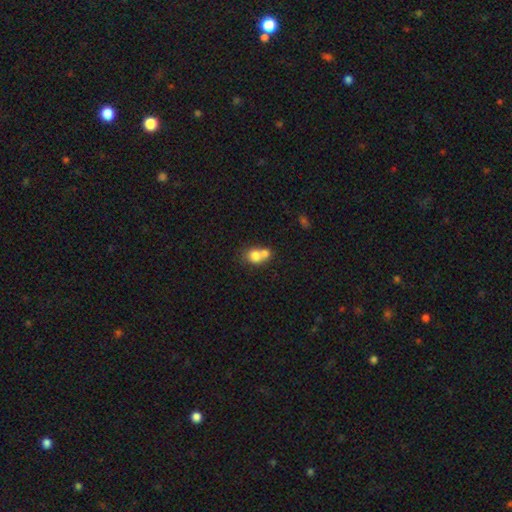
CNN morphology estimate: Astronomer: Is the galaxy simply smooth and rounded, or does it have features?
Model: smooth — 75%.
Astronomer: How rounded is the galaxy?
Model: round — 65%.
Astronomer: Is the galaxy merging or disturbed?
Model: merger — 62%.